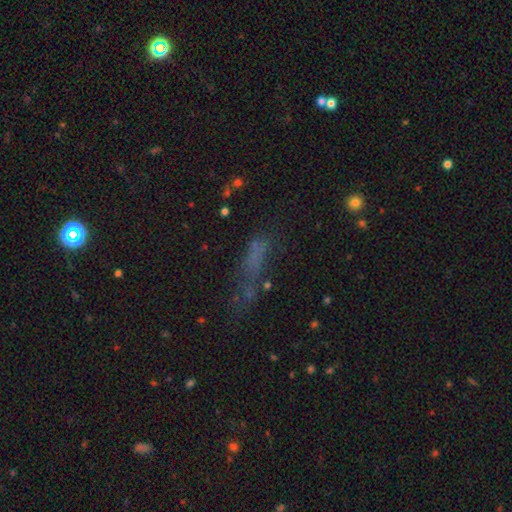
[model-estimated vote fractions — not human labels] smooth 51%, star or artifact 27%, featured or disk 22%. Down the decision tree: how rounded — cigar-shaped (63%); merging — none (46%).